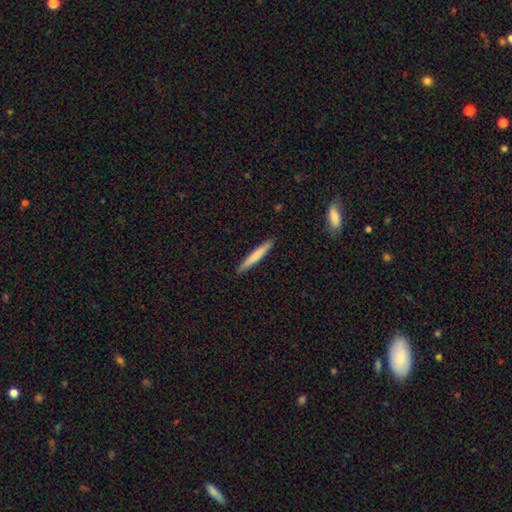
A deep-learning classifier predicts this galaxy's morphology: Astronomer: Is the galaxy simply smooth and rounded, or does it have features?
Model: smooth — 69%.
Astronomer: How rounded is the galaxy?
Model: cigar-shaped — 95%.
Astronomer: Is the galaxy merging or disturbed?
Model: none — 91%.